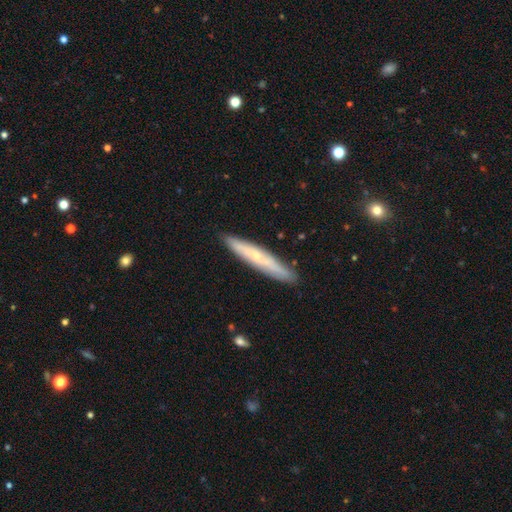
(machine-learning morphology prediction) type=featured or disk (47%); merging=none (88%).